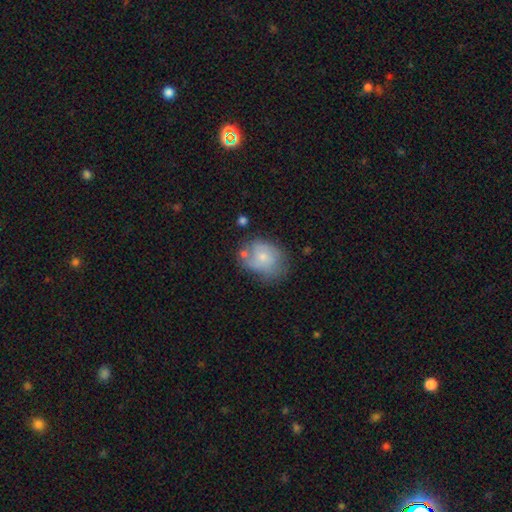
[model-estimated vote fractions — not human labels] Smooth or featured? smooth (56%)
How rounded? in between (54%)
Merging? none (49%)